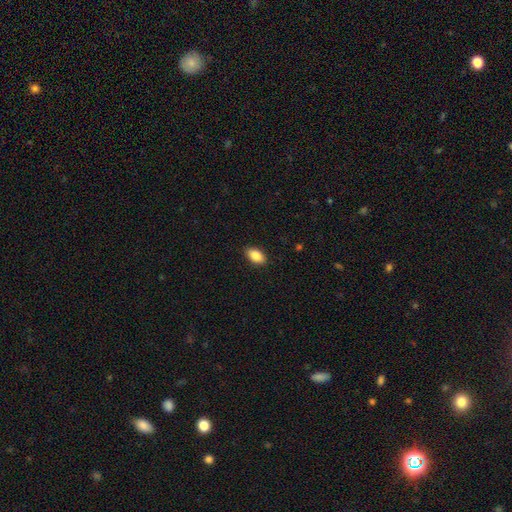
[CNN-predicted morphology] type=smooth (88%); roundness=in between (93%); merging=none (89%).